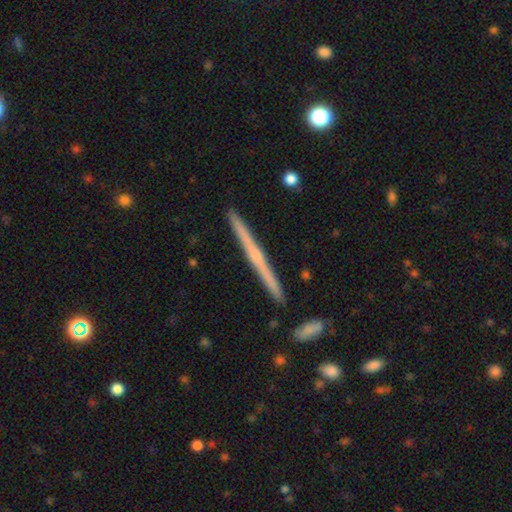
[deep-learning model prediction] A featured or disk galaxy (70%) viewed edge-on (98%) with no central bulge (50%). Merging: none (92%).